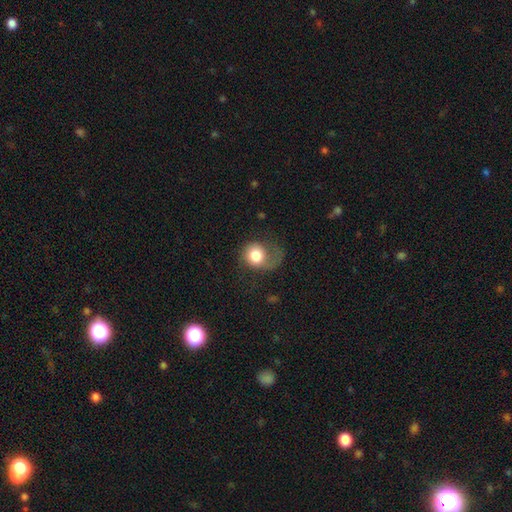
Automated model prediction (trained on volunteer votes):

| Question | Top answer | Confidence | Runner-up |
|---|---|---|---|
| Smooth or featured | smooth | 70% | featured or disk (21%) |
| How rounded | round | 72% | in between (27%) |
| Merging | major disturbance | 41% | none (33%) |